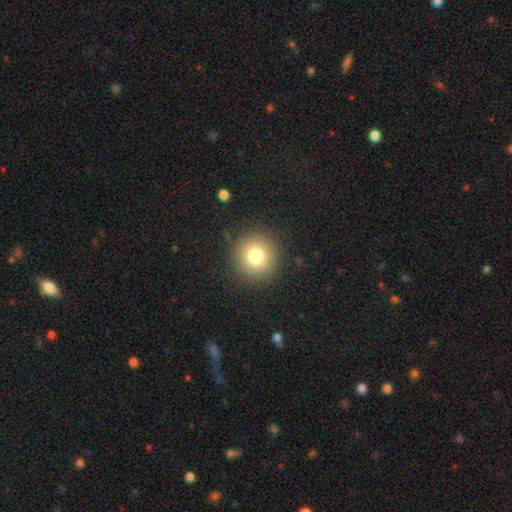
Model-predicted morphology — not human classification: Overall: smooth (78%). How rounded: round (93%). Merging: none (89%).